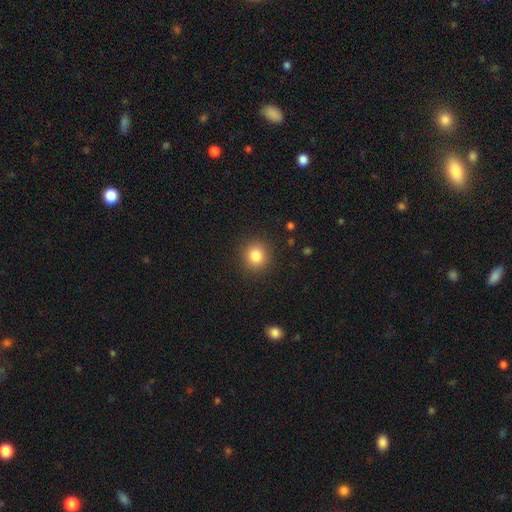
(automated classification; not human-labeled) smooth 83%, star or artifact 11%, featured or disk 6%. Down the decision tree: how rounded — round (89%); merging — none (91%).